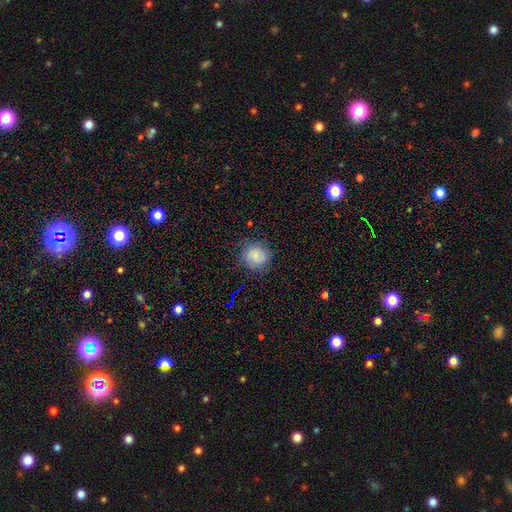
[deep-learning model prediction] This is likely a smooth galaxy (78%). How rounded: clearly round (87%). Merging: likely none (77%).